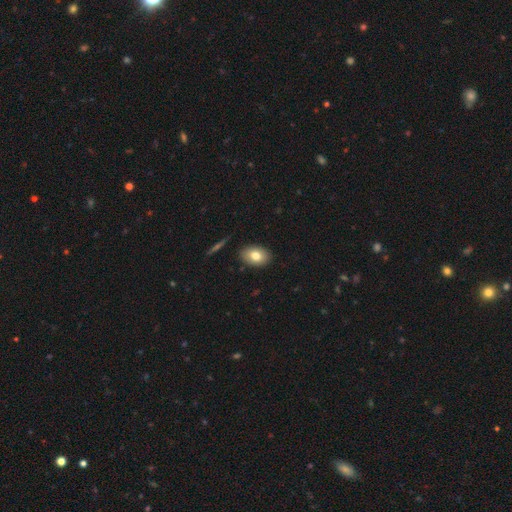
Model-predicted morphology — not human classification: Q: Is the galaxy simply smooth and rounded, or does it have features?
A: smooth — 78%.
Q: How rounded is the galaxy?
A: in between — 85%.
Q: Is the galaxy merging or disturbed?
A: none — 88%.